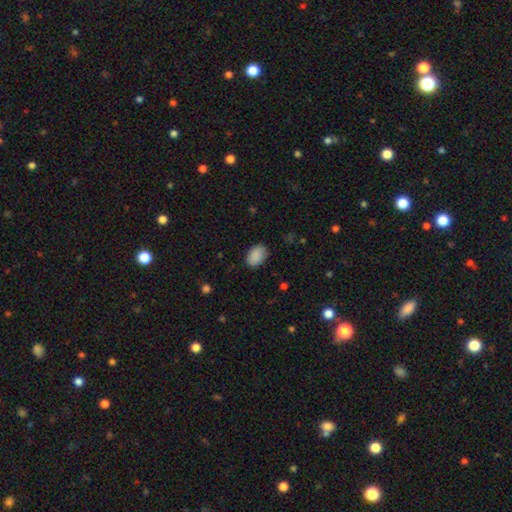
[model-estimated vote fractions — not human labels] Smooth or featured?
  - smooth: 88% *
  - star or artifact: 7%
  - featured or disk: 4%
How rounded?
  - in between: 81% *
  - round: 18%
  - cigar-shaped: 1%
Merging?
  - none: 81% *
  - minor disturbance: 15%
  - major disturbance: 3%
  - merger: 1%